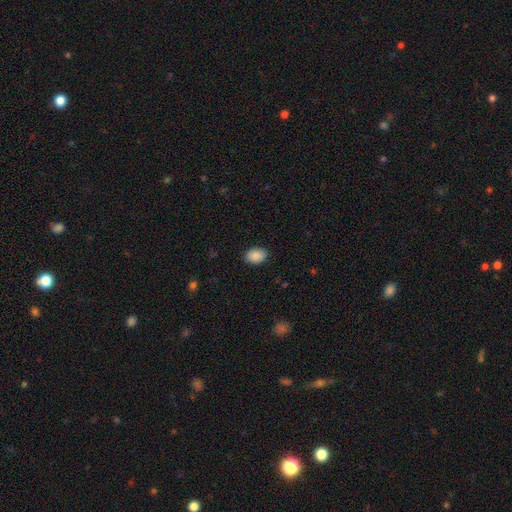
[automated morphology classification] The model was most divided on "how rounded": in between: 79%, round: 20%, cigar-shaped: 1%. More confident: smooth or featured — smooth (89%); merging — none (89%).